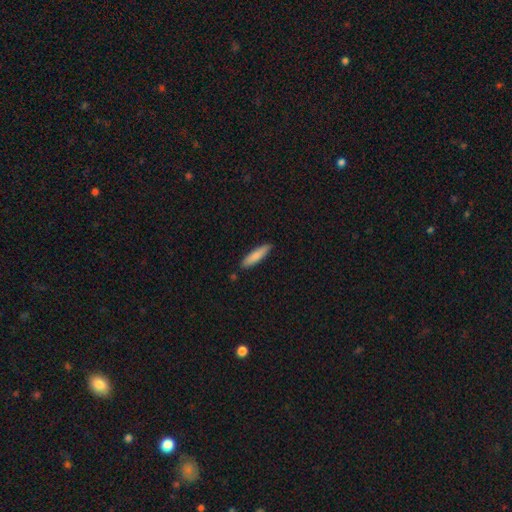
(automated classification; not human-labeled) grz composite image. It shows a smooth galaxy with no disk features (83%) that is cigar-shaped (76%). Merging: none (86%).